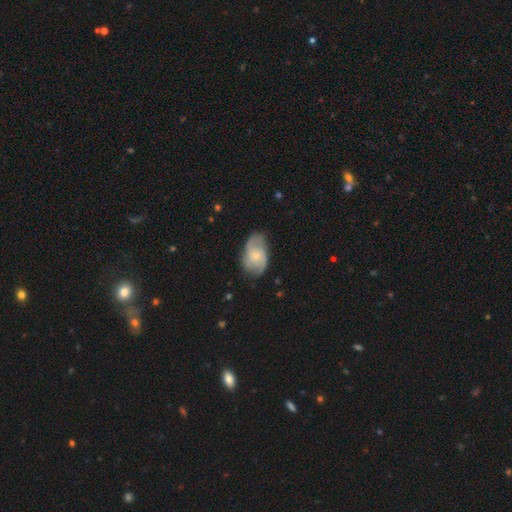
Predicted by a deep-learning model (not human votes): Overall: featured or disk (67%). Edge-on disk: no (96%). Bar: no (70%). Spiral arms: yes (89%). Spiral arm count: 2 (59%; can't tell 19%). Spiral winding: medium (46%; tight 31%). Bulge size: small (62%; moderate 34%). Merging: none (64%; minor disturbance 26%).